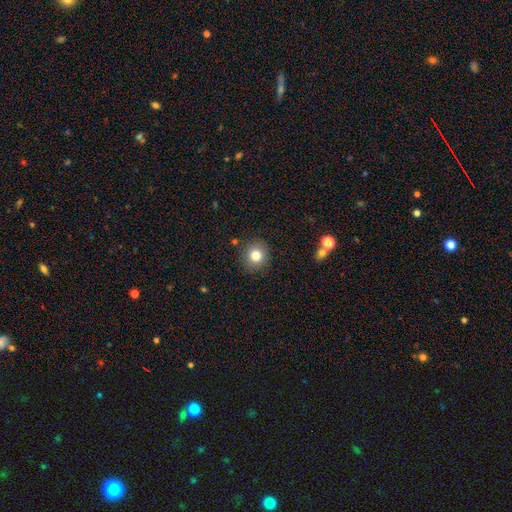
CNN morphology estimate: A smooth galaxy with no disk features (81%) that is round (88%).

Vote fractions:
- Smooth or featured? smooth: 81% / star or artifact: 11% / featured or disk: 8%
- How rounded? round: 88% / in between: 11% / cigar-shaped: 1%
- Merging? none: 87% / minor disturbance: 8% / major disturbance: 3% / merger: 2%